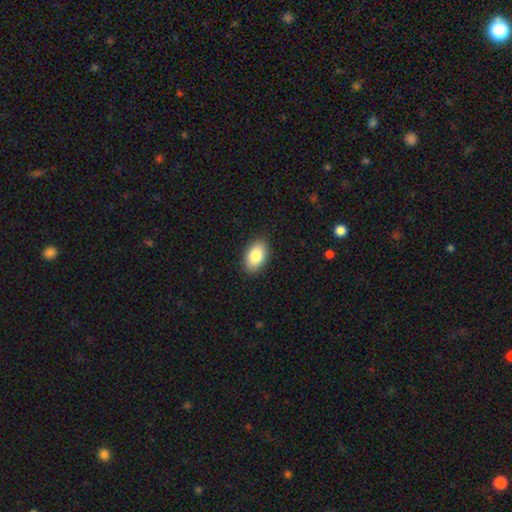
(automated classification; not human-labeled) Smooth or featured? Predicted: smooth (p=0.85). How rounded? Predicted: in between (p=0.92). Merging? Predicted: none (p=0.89).